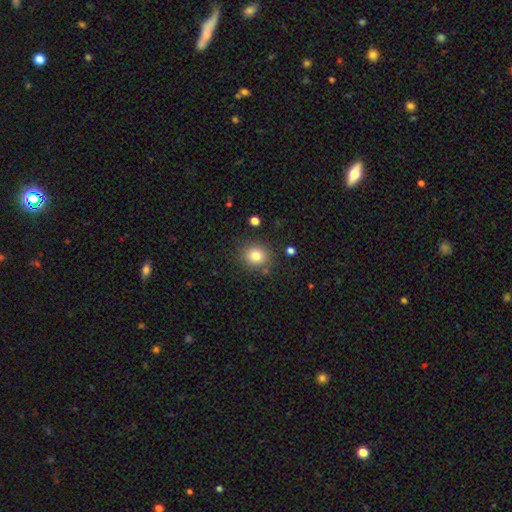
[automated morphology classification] A smooth galaxy with no disk features (81%) that is round (79%).

Vote fractions:
- Smooth or featured? smooth: 81% / star or artifact: 12% / featured or disk: 7%
- How rounded? round: 79% / in between: 20% / cigar-shaped: 1%
- Merging? none: 84% / minor disturbance: 9% / merger: 3% / major disturbance: 3%